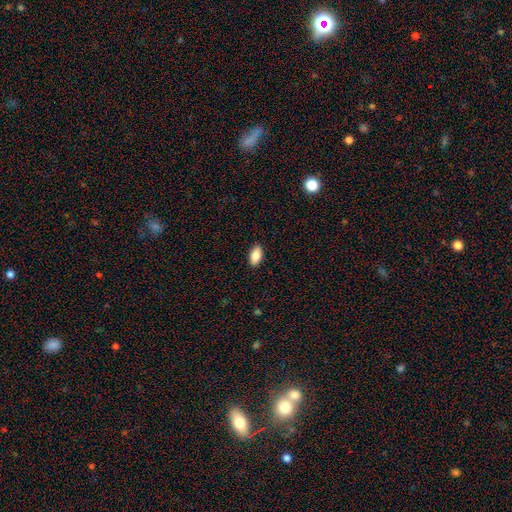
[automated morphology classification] Smooth or featured?
  - smooth: 85% *
  - featured or disk: 8%
  - star or artifact: 7%
How rounded?
  - in between: 92% *
  - cigar-shaped: 4%
  - round: 3%
Merging?
  - none: 90% *
  - minor disturbance: 8%
  - major disturbance: 2%
  - merger: 1%